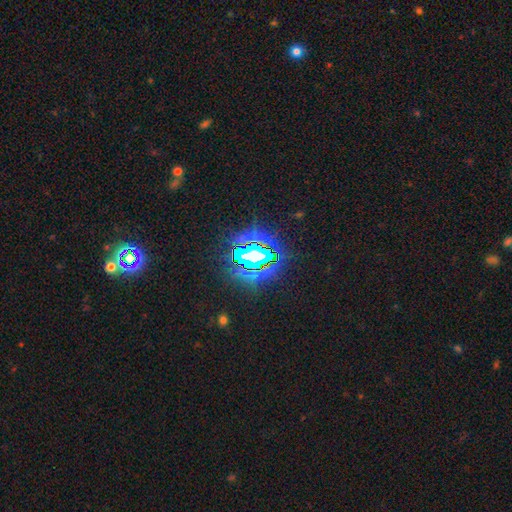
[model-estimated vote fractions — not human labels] A star or artifact, not a galaxy (77%).

Vote fractions:
- Smooth or featured? star or artifact: 77% / smooth: 12% / featured or disk: 11%